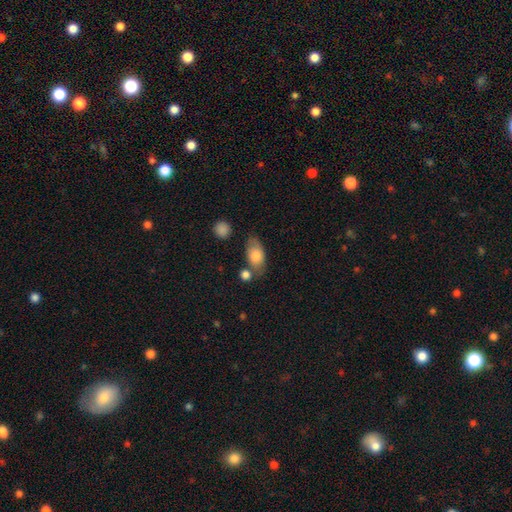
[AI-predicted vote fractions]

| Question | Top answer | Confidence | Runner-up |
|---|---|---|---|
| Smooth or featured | smooth | 76% | featured or disk (18%) |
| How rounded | in between | 87% | round (9%) |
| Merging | none | 60% | minor disturbance (20%) |